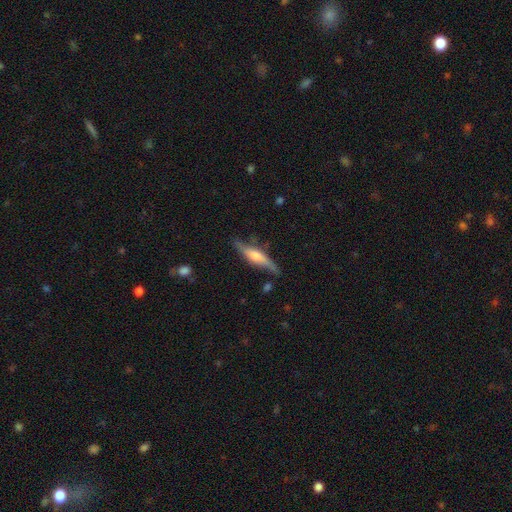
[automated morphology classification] Smooth or featured? featured or disk (69%)
Edge-on disk? yes (84%)
Edge-on bulge? rounded (76%)
Merging? none (72%)